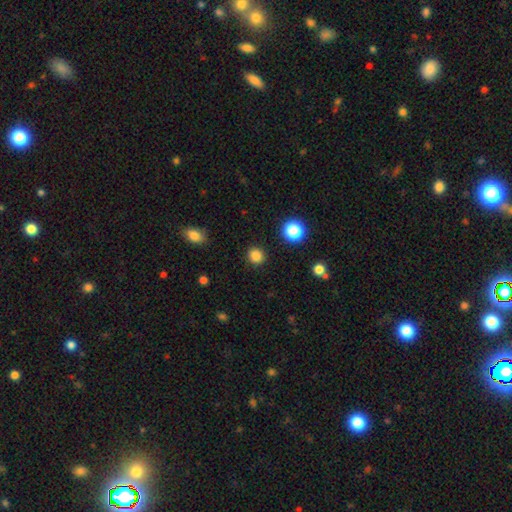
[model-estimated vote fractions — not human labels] This is clearly a smooth galaxy (84%). How rounded: clearly round (89%). Merging: clearly none (91%).